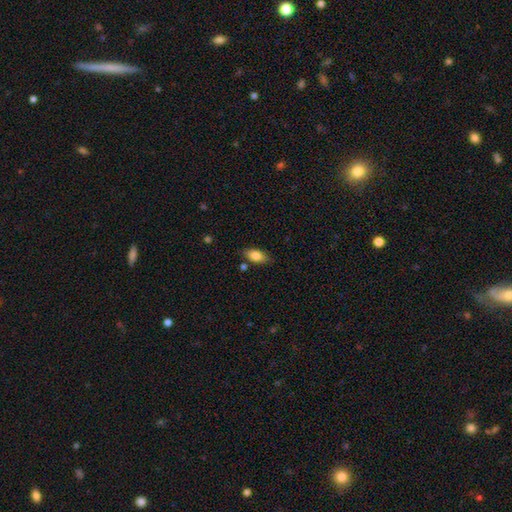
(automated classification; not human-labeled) This appears to be a smooth galaxy with no disk features (82%) that is in between round and cigar-shaped (88%). Merging: none (77%).